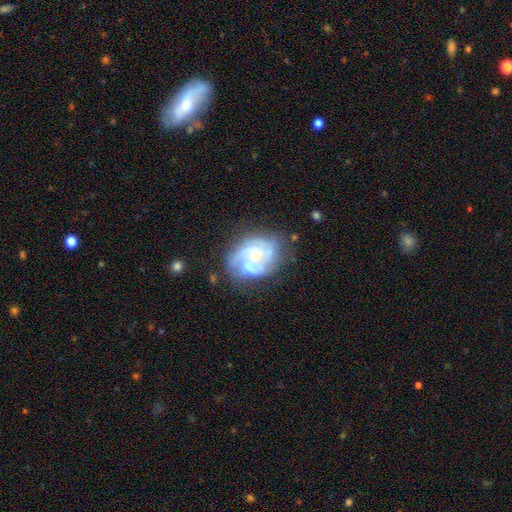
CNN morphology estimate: smooth_or_featured: featured or disk (p=0.77) [alt: smooth p=0.17]
disk_edge_on: no (p=0.97) [alt: yes p=0.03]
bar: no (p=0.77) [alt: weak p=0.19]
has_spiral_arms: yes (p=0.79) [alt: no p=0.21]
spiral_winding: tight (p=0.46) [alt: medium p=0.40]
spiral_arm_count: 2 (p=0.31) [alt: 3 p=0.28]
bulge_size: moderate (p=0.60) [alt: small p=0.33]
merging: none (p=0.39) [alt: merger p=0.32]